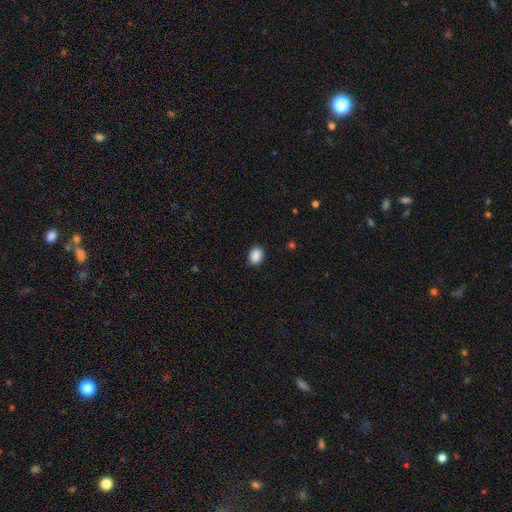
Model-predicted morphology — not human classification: A smooth galaxy with no disk features (89%) that is in between round and cigar-shaped (67%). Merging: none (88%).